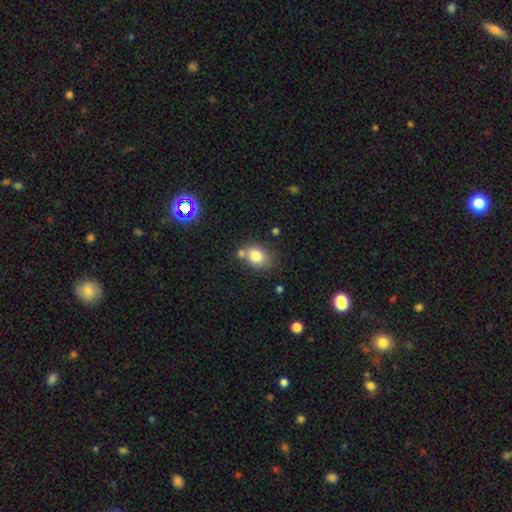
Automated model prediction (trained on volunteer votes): Smooth or featured? smooth (79%)
How rounded? in between (64%)
Merging? none (56%)